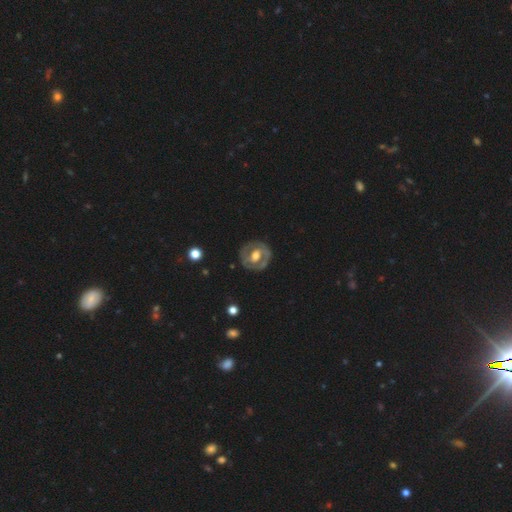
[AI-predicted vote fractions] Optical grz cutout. It shows a featured or disk galaxy (69%) with no bar (41%), no spiral arms (58%) and a moderate central bulge (64%). Merging: none (79%).